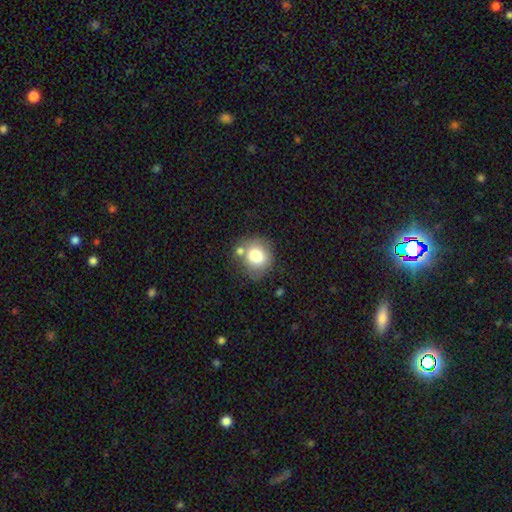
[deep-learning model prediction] Smooth or featured?
  - smooth: 77% *
  - featured or disk: 13%
  - star or artifact: 10%
How rounded?
  - round: 82% *
  - in between: 17%
  - cigar-shaped: 1%
Merging?
  - none: 62% *
  - merger: 16%
  - minor disturbance: 16%
  - major disturbance: 6%